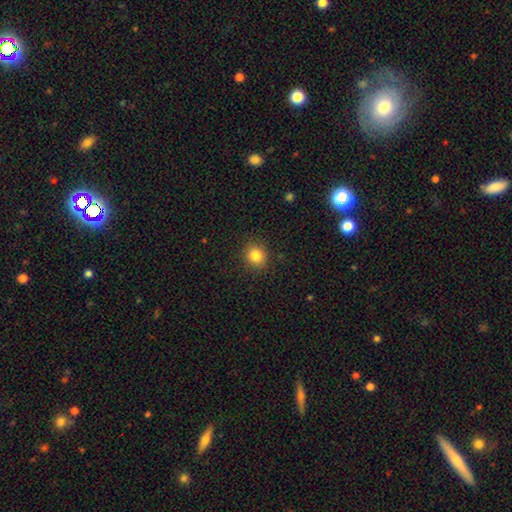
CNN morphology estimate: This appears to be a smooth galaxy with no disk features (83%) that is round (80%). Merging: none (89%).